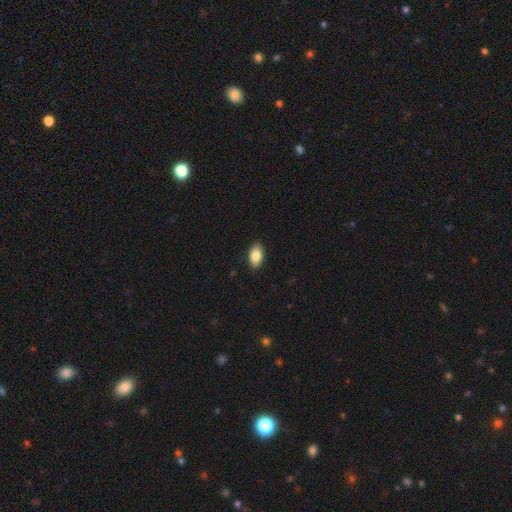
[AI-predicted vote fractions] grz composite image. It shows a smooth galaxy with no disk features (85%) that is in between round and cigar-shaped (93%). Merging: none (89%).